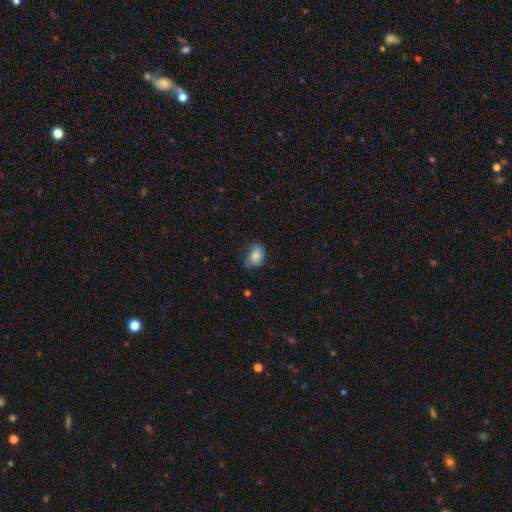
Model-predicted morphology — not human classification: Smooth or featured: smooth — 78% (featured or disk — 14%)
How rounded: in between — 73% (round — 26%)
Merging: none — 56% (minor disturbance — 33%)